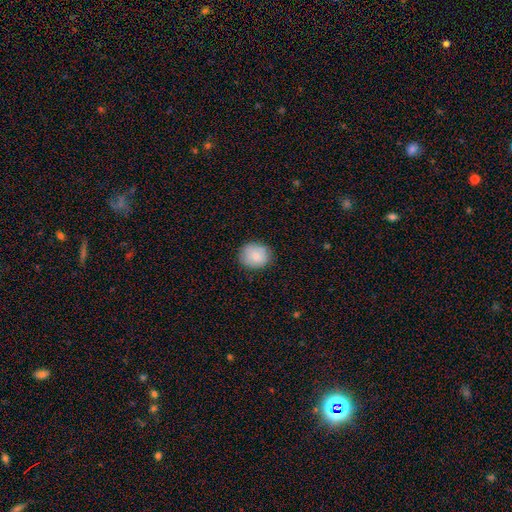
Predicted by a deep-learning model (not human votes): smooth 83%, featured or disk 9%, star or artifact 8%. Down the decision tree: how rounded — round (68%); merging — none (83%).